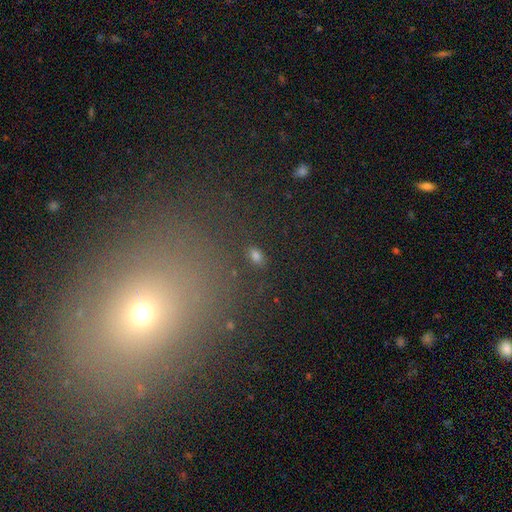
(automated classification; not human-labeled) A smooth galaxy with no disk features (43%, tied with star or artifact). Merging: none (76%).